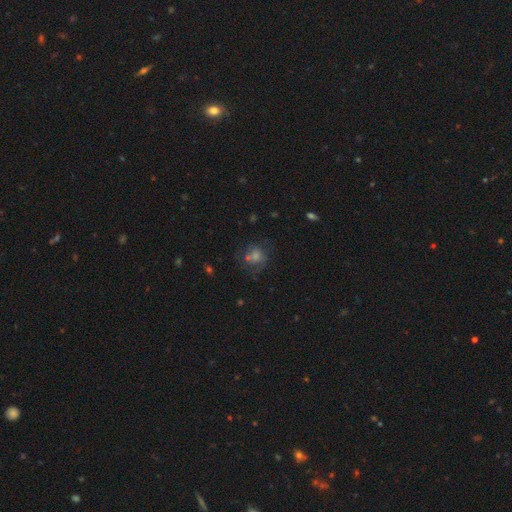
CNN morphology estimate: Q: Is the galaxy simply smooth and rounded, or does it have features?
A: smooth — 50%.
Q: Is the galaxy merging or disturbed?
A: none — 57%.